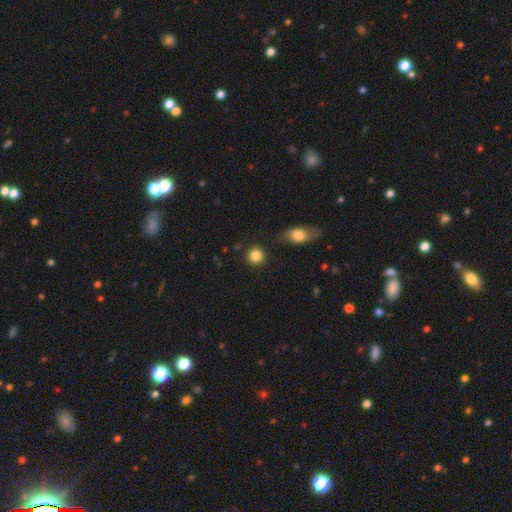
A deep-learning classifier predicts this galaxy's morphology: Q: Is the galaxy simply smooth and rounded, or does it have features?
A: smooth — 86%.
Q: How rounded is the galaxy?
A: round — 91%.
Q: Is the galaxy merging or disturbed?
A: none — 85%.